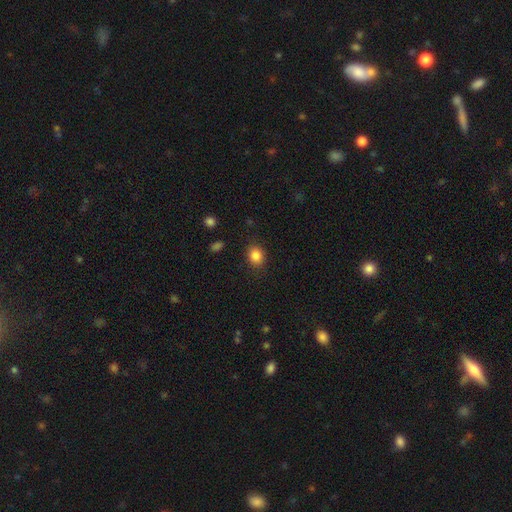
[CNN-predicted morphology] The model was most divided on "how rounded": round: 55%, in between: 44%, cigar-shaped: 1%. More confident: merging — none (86%); smooth or featured — smooth (85%).